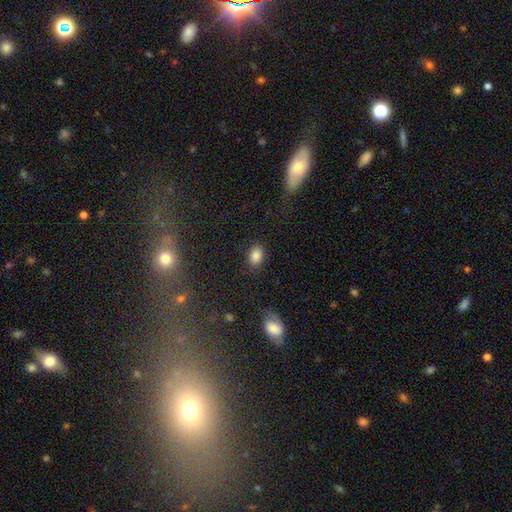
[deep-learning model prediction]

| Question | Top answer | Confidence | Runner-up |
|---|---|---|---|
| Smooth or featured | smooth | 85% | star or artifact (10%) |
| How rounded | in between | 75% | round (24%) |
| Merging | none | 83% | minor disturbance (12%) |